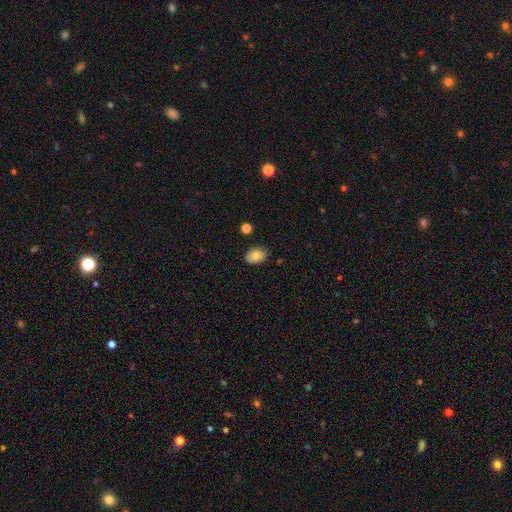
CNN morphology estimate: Smooth or featured?
  - smooth: 82% *
  - featured or disk: 9%
  - star or artifact: 8%
How rounded?
  - in between: 76% *
  - round: 23%
  - cigar-shaped: 1%
Merging?
  - none: 83% *
  - minor disturbance: 13%
  - major disturbance: 2%
  - merger: 2%